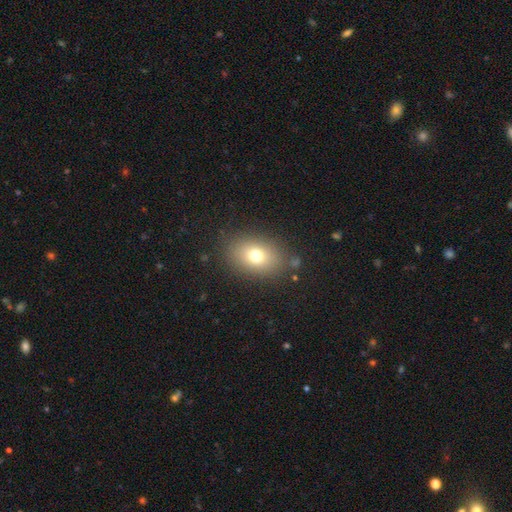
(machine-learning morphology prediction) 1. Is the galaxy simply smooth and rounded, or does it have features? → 74% smooth, 13% featured or disk, 13% star or artifact.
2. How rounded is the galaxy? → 73% in between, 26% round, 1% cigar-shaped.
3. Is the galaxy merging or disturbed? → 83% none, 10% minor disturbance, 4% major disturbance, 2% merger.